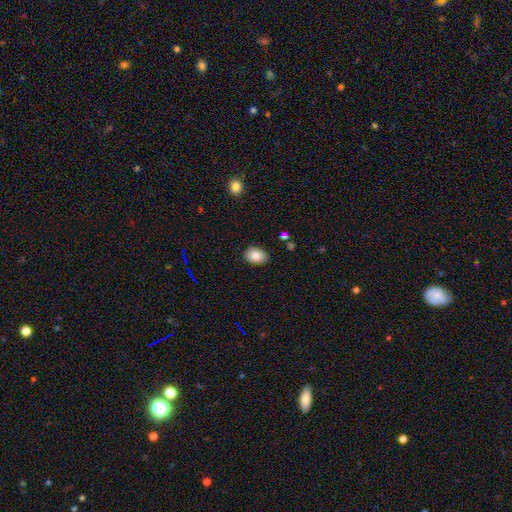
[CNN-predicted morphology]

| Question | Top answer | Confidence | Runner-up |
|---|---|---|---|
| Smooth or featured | smooth | 84% | star or artifact (8%) |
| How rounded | in between | 74% | round (25%) |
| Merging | none | 86% | minor disturbance (11%) |